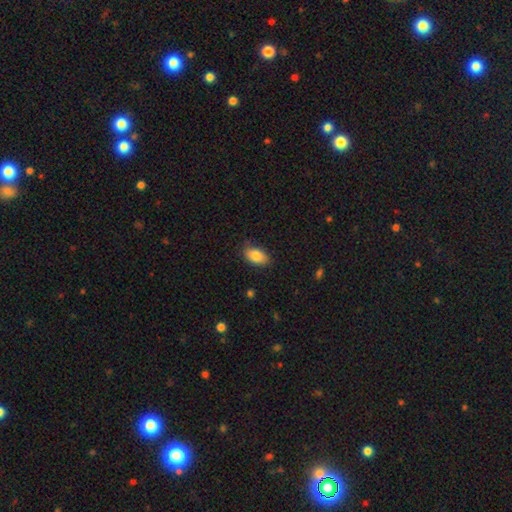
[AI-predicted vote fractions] A smooth galaxy with no disk features (84%) that is in between round and cigar-shaped (92%).

Vote fractions:
- Smooth or featured? smooth: 84% / featured or disk: 9% / star or artifact: 7%
- How rounded? in between: 92% / round: 6% / cigar-shaped: 2%
- Merging? none: 81% / minor disturbance: 15% / major disturbance: 3% / merger: 1%